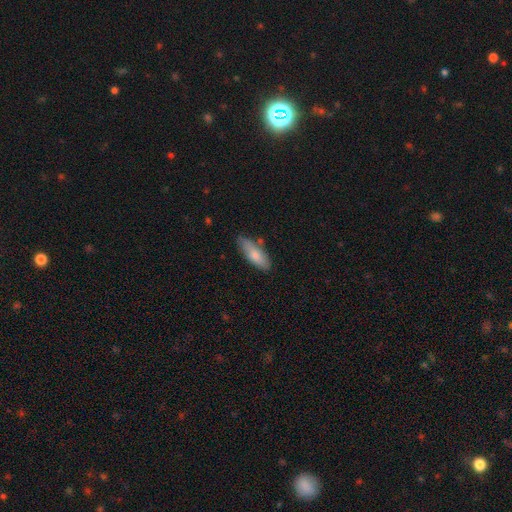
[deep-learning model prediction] smooth 78%, featured or disk 17%, star or artifact 6%. Down the decision tree: how rounded — in between (65%); merging — none (72%).